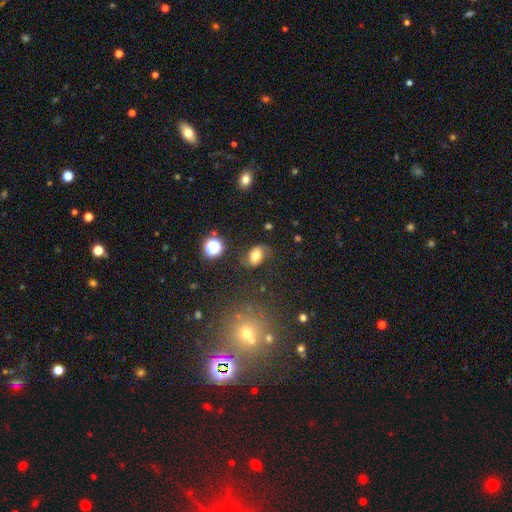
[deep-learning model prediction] Q: Smooth or featured?
A: smooth (61%); runner-up: featured or disk (27%)
Q: How rounded?
A: in between (78%); runner-up: round (20%)
Q: Merging?
A: none (69%); runner-up: minor disturbance (20%)